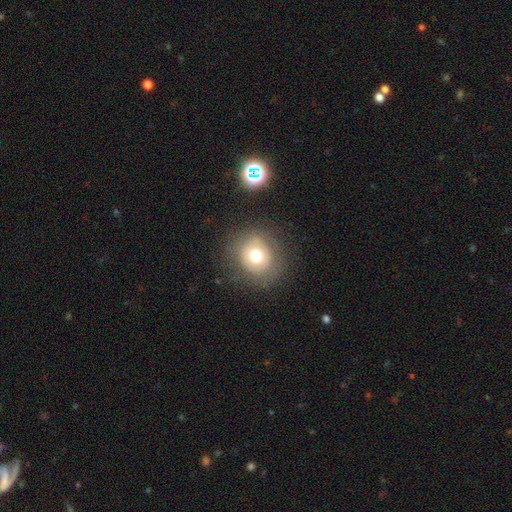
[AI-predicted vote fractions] Smooth or featured?
  - smooth: 65% *
  - featured or disk: 23%
  - star or artifact: 11%
How rounded?
  - round: 77% *
  - in between: 22%
  - cigar-shaped: 1%
Merging?
  - none: 79% *
  - minor disturbance: 13%
  - major disturbance: 6%
  - merger: 2%